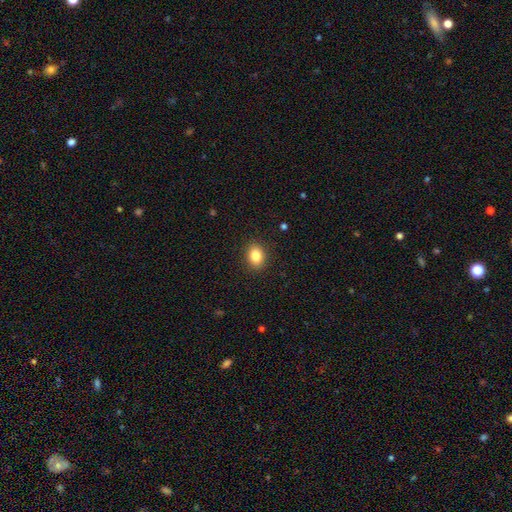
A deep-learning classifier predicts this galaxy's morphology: This appears to be a smooth galaxy with no disk features (85%) that is in between round and cigar-shaped (65%). Merging: none (89%).